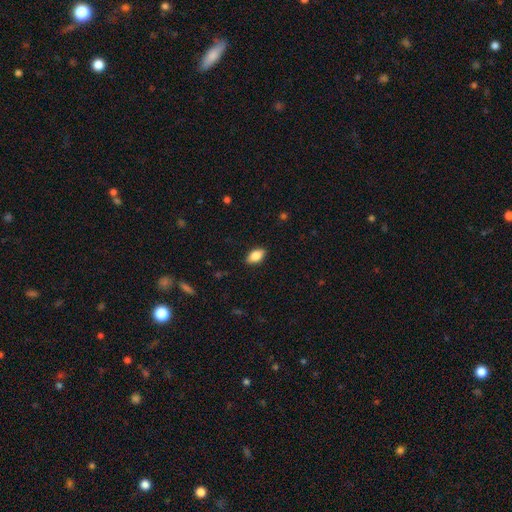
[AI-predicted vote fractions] This is clearly a smooth galaxy (83%). How rounded: clearly in between (91%). Merging: clearly none (88%).